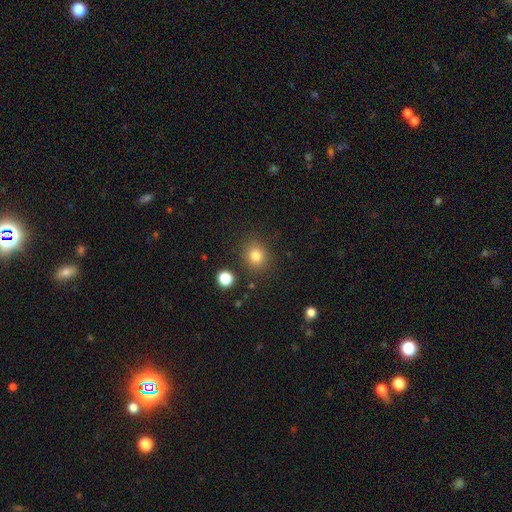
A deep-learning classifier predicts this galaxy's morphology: Smooth or featured?
  - smooth: 81% *
  - star or artifact: 12%
  - featured or disk: 7%
How rounded?
  - round: 75% *
  - in between: 24%
  - cigar-shaped: 1%
Merging?
  - none: 85% *
  - minor disturbance: 9%
  - merger: 3%
  - major disturbance: 3%